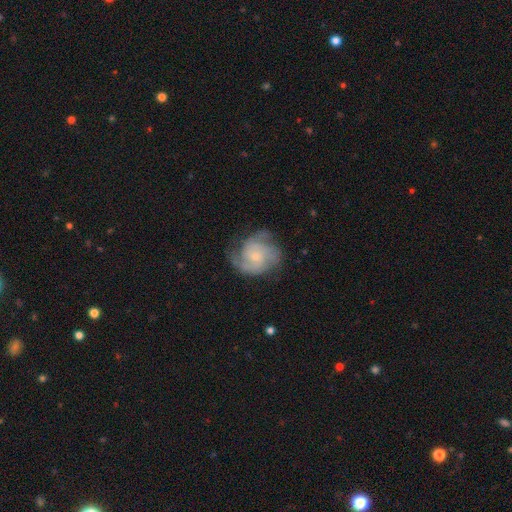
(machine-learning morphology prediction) A featured or disk galaxy (77%) with no bar (73%), 3 (36%) medium (46%) spiral arms (94%) and a small central bulge (70%).

Vote fractions:
- Smooth or featured? featured or disk: 77% / smooth: 16% / star or artifact: 6%
- Edge-on disk? no: 98% / yes: 2%
- Bar? no: 73% / weak: 24% / strong: 3%
- Spiral arms? yes: 94% / no: 6%
- Spiral winding? medium: 46% / tight: 39% / loose: 15%
- Spiral arm count? 3: 36% / 2: 27% / can't tell: 18% / 4: 8% / 1: 5% / more than 4: 5%
- Bulge size? small: 70% / moderate: 21% / none: 6% / large: 2% / dominant: 1%
- Merging? none: 65% / minor disturbance: 22% / major disturbance: 12% / merger: 1%